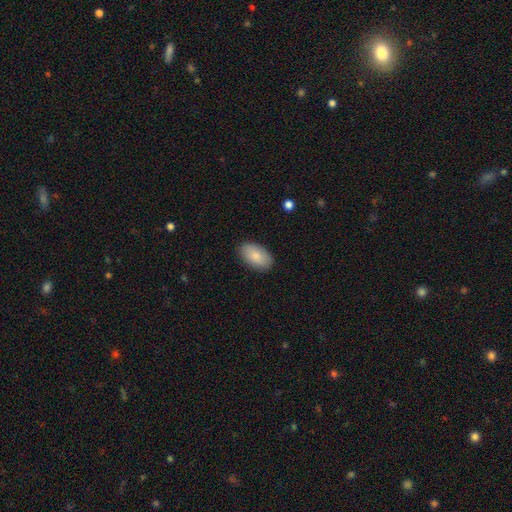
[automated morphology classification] smooth 84%, featured or disk 10%, star or artifact 6%. Down the decision tree: how rounded — in between (94%); merging — none (87%).